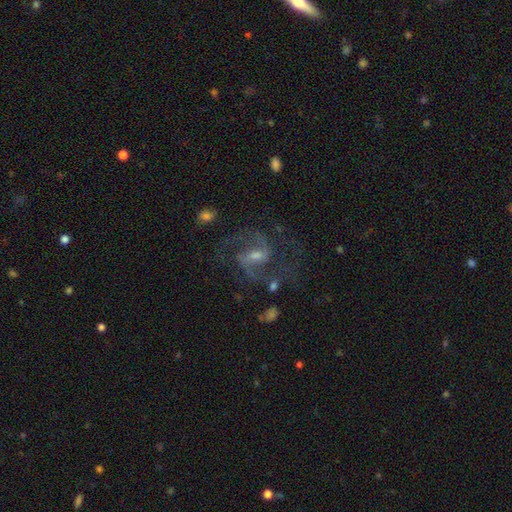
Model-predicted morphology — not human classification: Smooth or featured?
  - featured or disk: 86% *
  - star or artifact: 8%
  - smooth: 6%
Edge-on disk?
  - no: 97% *
  - yes: 3%
Bar?
  - weak: 54% *
  - strong: 28%
  - no: 18%
Spiral arms?
  - yes: 97% *
  - no: 3%
Spiral winding?
  - medium: 62% *
  - loose: 24%
  - tight: 14%
Spiral arm count?
  - 2: 86% *
  - 3: 5%
  - can't tell: 4%
  - 1: 2%
  - 4: 2%
  - more than 4: 2%
Bulge size?
  - small: 49% *
  - moderate: 41%
  - none: 6%
  - large: 4%
  - dominant: 1%
Merging?
  - none: 69% *
  - minor disturbance: 15%
  - major disturbance: 13%
  - merger: 3%